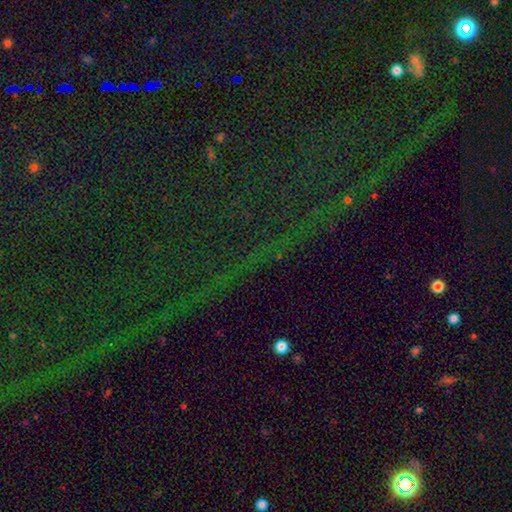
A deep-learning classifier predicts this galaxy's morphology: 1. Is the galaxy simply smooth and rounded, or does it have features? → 83% star or artifact, 9% featured or disk, 8% smooth.